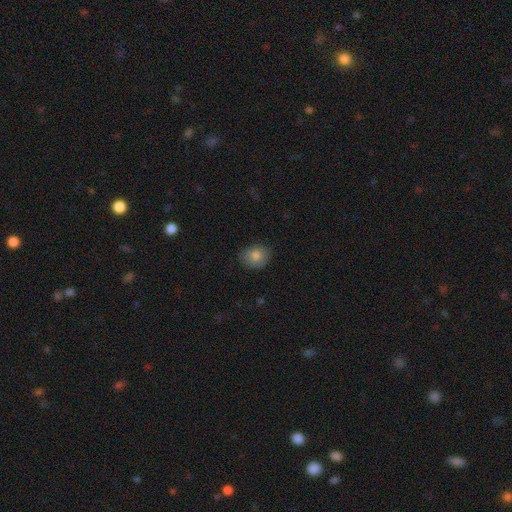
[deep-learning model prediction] smooth-or-featured: smooth: 81% | featured or disk: 11% | star or artifact: 8%
  how-rounded: round: 57% | in between: 42% | cigar-shaped: 1%
  merging: none: 83% | minor disturbance: 13% | major disturbance: 2% | merger: 1%